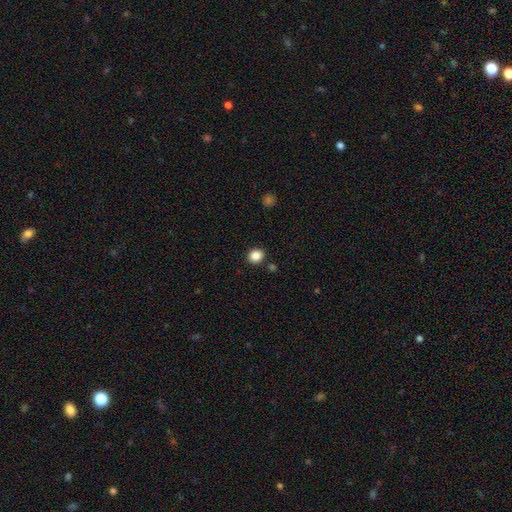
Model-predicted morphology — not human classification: A smooth galaxy with no disk features (86%) that is round (74%). Merging: none (88%).